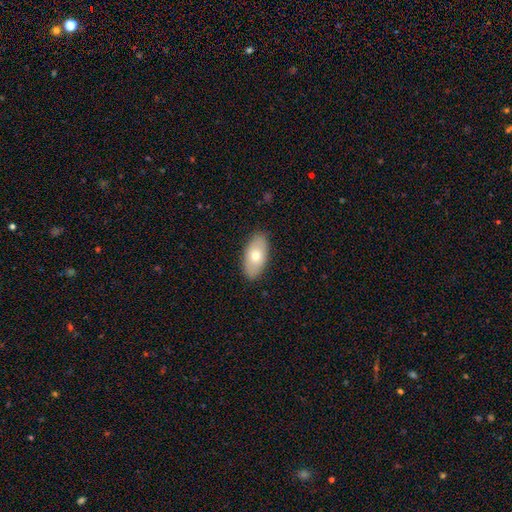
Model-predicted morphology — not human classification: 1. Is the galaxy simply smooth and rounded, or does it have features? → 69% smooth, 25% featured or disk, 7% star or artifact.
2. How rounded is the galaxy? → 92% in between, 4% round, 4% cigar-shaped.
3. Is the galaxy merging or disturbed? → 87% none, 10% minor disturbance, 2% major disturbance, 1% merger.